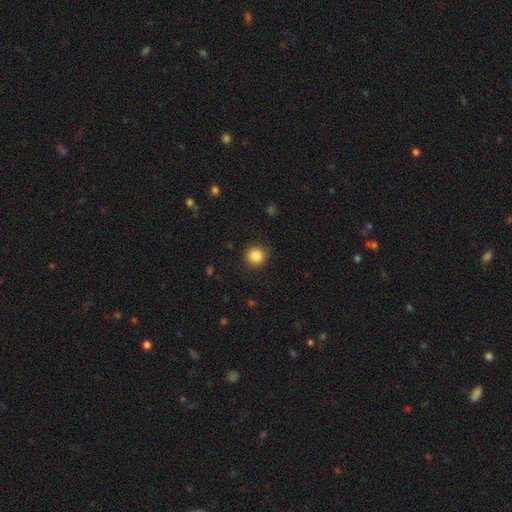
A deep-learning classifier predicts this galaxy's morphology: This appears to be a smooth galaxy with no disk features (87%) that is round (92%). Merging: none (90%).